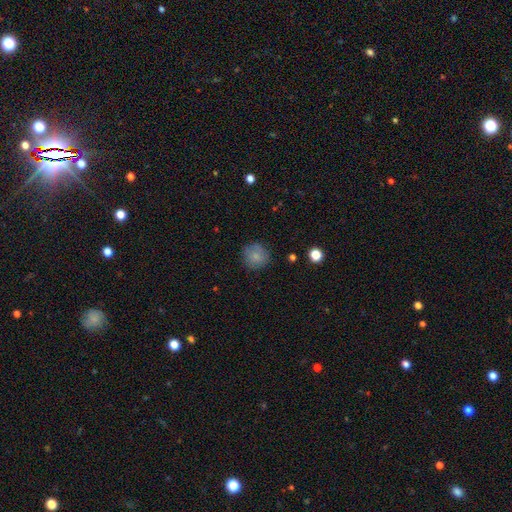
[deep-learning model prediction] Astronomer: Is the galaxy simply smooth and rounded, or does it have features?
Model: smooth — 79%.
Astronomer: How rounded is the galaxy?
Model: round — 91%.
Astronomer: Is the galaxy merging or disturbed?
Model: none — 81%.